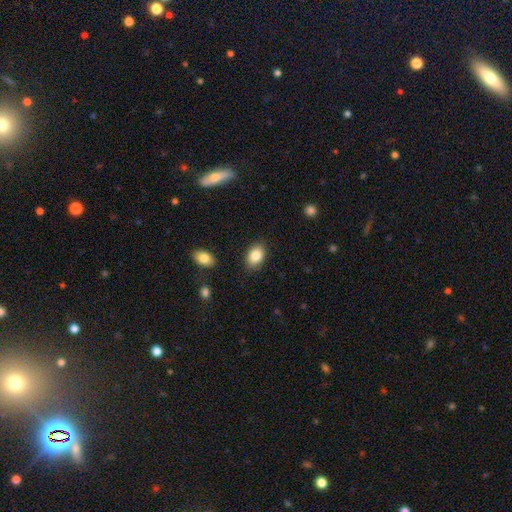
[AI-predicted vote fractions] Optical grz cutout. It shows a smooth galaxy with no disk features (85%) that is in between round and cigar-shaped (86%). Merging: none (86%).